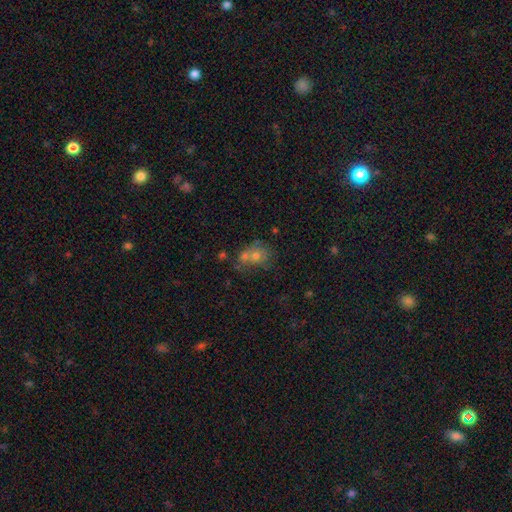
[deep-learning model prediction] smooth 66%, featured or disk 20%, star or artifact 14%. Down the decision tree: how rounded — round (69%); merging — merger (50%).